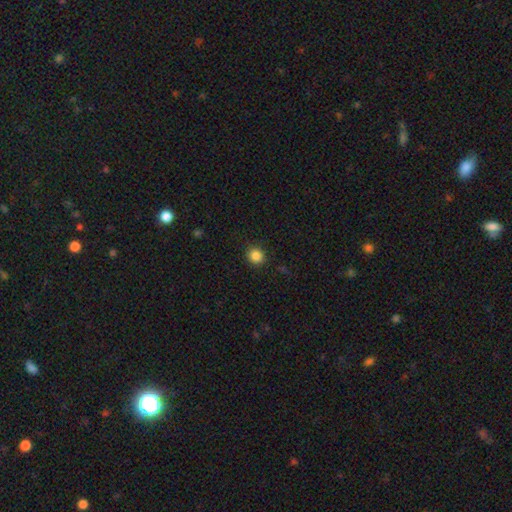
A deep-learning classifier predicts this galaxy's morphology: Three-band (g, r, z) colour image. It shows a smooth galaxy with no disk features (85%) that is round (84%). Merging: none (90%).